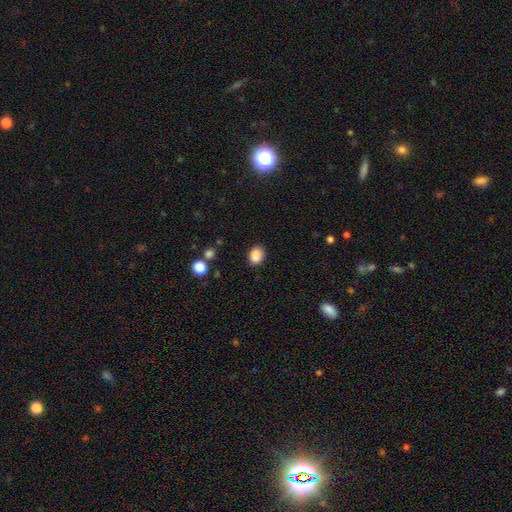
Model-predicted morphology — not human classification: This is clearly a smooth galaxy (87%). How rounded: likely in between (60%). Merging: clearly none (82%).